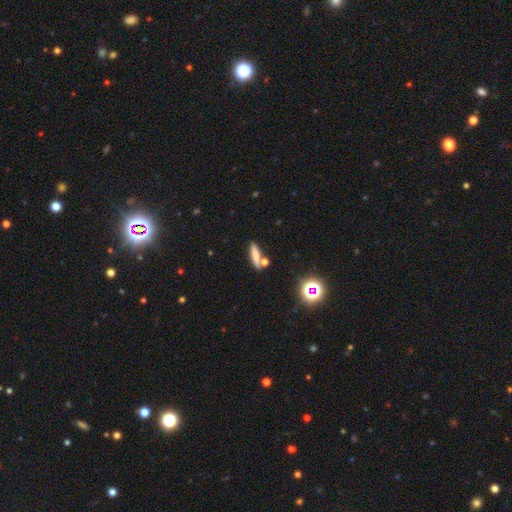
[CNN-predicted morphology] This appears to be a smooth galaxy with no disk features (71%) that is cigar-shaped (68%). Merging: none (64%).